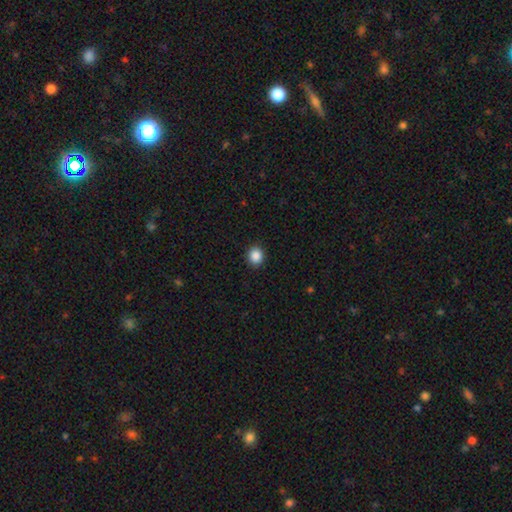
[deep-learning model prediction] Q: Smooth or featured?
A: smooth (88%); runner-up: star or artifact (9%)
Q: How rounded?
A: round (81%); runner-up: in between (18%)
Q: Merging?
A: none (91%); runner-up: minor disturbance (6%)